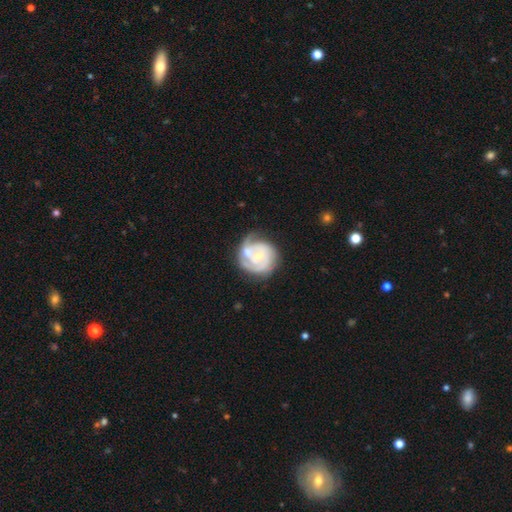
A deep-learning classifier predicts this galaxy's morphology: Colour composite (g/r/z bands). It shows a featured or disk galaxy (80%) with no bar (62%), 2 (36%) tight (66%) spiral arms (92%) and a small central bulge (56%). Merging: none (51%).